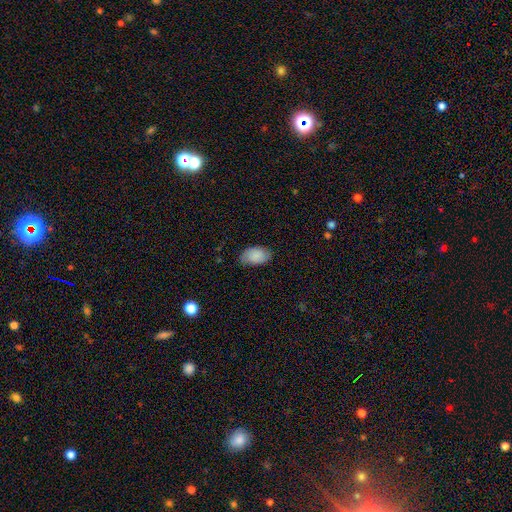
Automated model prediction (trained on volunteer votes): Smooth or featured? smooth (84%)
How rounded? in between (91%)
Merging? none (68%)